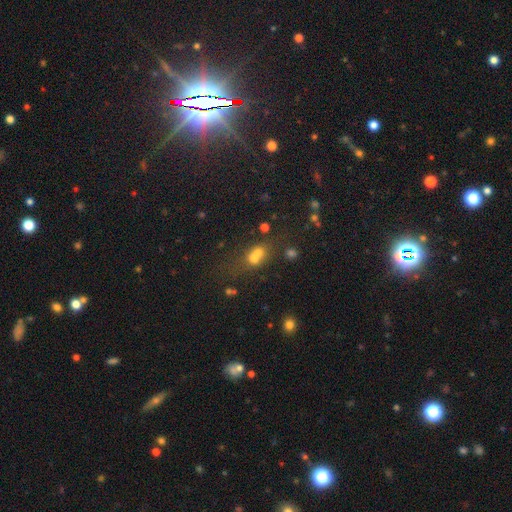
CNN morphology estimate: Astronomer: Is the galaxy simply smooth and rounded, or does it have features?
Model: smooth — 61%.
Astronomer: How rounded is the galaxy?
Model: round — 65%.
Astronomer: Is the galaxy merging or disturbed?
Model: merger — 61%.